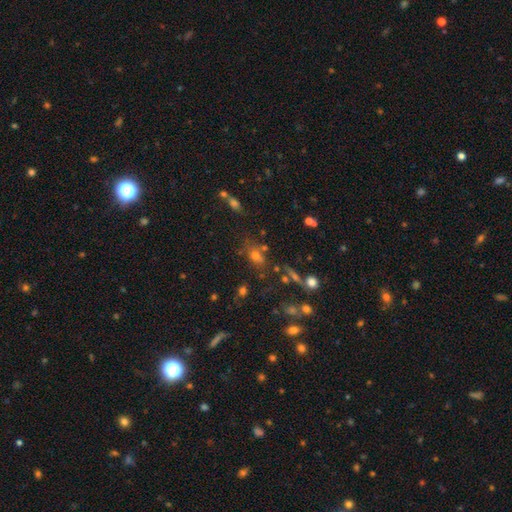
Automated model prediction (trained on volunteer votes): smooth 55%, star or artifact 32%, featured or disk 13%. Down the decision tree: how rounded — in between (49%); merging — none (62%).